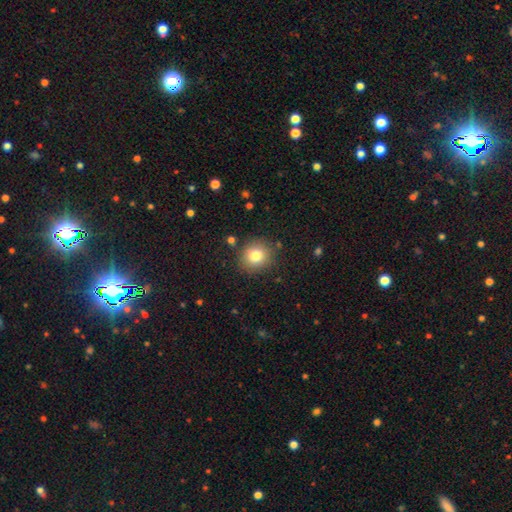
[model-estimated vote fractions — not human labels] Q: Smooth or featured?
A: smooth (80%); runner-up: star or artifact (11%)
Q: How rounded?
A: round (85%); runner-up: in between (15%)
Q: Merging?
A: none (86%); runner-up: minor disturbance (9%)